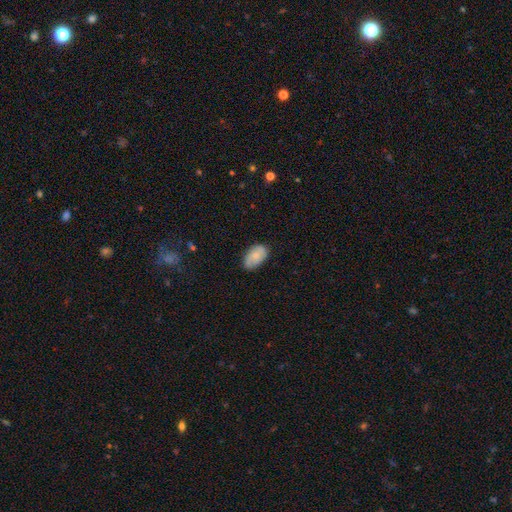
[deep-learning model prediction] Smooth or featured?
  - smooth: 73% *
  - featured or disk: 20%
  - star or artifact: 7%
How rounded?
  - in between: 93% *
  - round: 5%
  - cigar-shaped: 2%
Merging?
  - none: 73% *
  - minor disturbance: 22%
  - major disturbance: 4%
  - merger: 1%